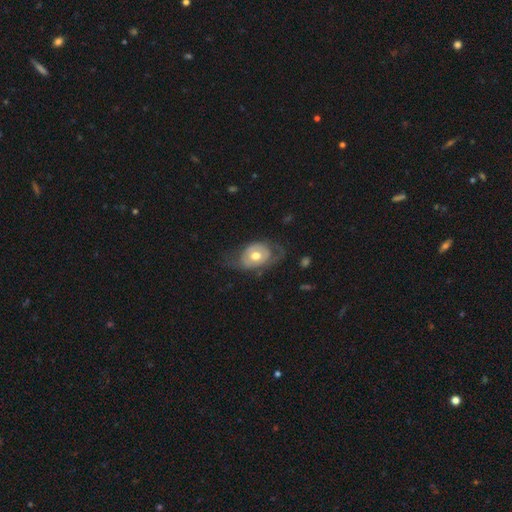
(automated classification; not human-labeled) smooth_or_featured: featured or disk (p=0.62) [alt: smooth p=0.32]
disk_edge_on: no (p=0.94) [alt: yes p=0.06]
bar: no (p=0.81) [alt: weak p=0.15]
has_spiral_arms: yes (p=0.50) [tied with: no p=0.50]
bulge_size: moderate (p=0.75) [alt: large p=0.15]
merging: none (p=0.49) [alt: minor disturbance p=0.25]